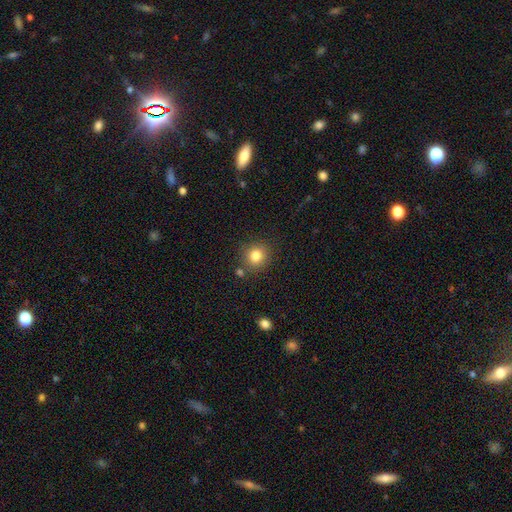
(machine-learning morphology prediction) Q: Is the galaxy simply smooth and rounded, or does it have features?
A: smooth — 82%.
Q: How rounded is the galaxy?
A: round — 83%.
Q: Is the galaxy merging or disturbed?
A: none — 82%.